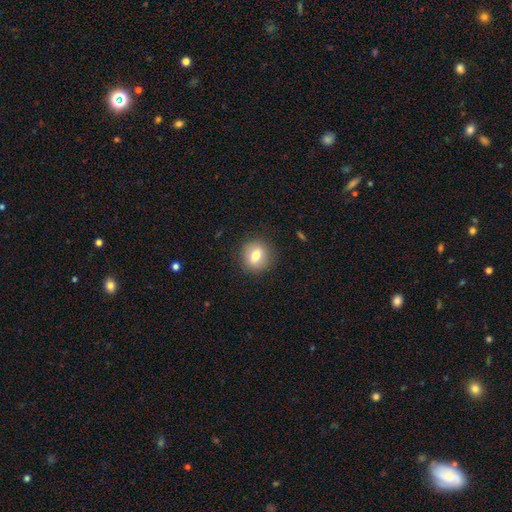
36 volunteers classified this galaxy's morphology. Smooth or featured: smooth — 72% (featured or disk — 22%)
How rounded: round — 65% (in between — 35%)
Merging: none — 79% (minor disturbance — 15%)